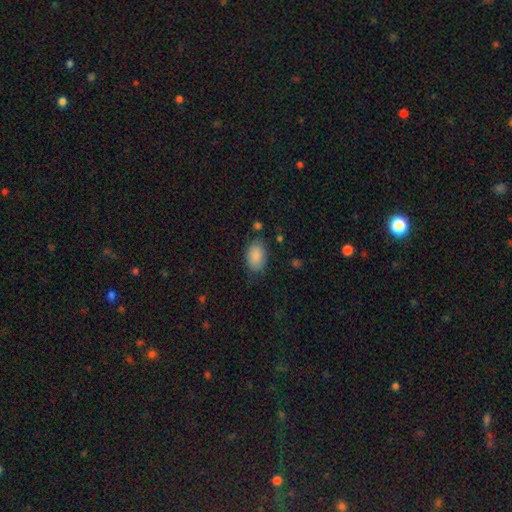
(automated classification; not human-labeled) Q: Smooth or featured?
A: smooth (88%); runner-up: star or artifact (7%)
Q: How rounded?
A: in between (87%); runner-up: round (12%)
Q: Merging?
A: none (77%); runner-up: minor disturbance (16%)